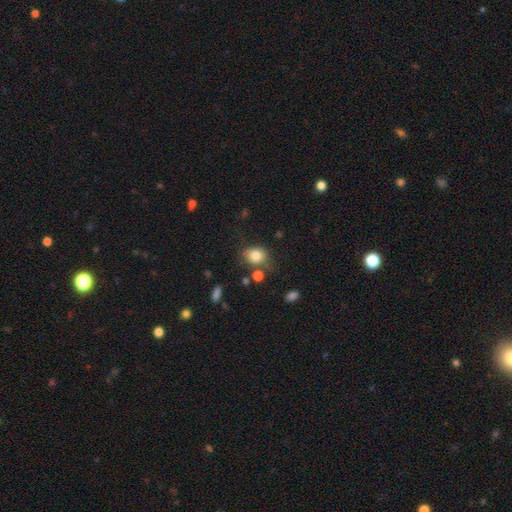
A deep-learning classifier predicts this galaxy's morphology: type=smooth (82%); roundness=round (56%); merging=none (61%).